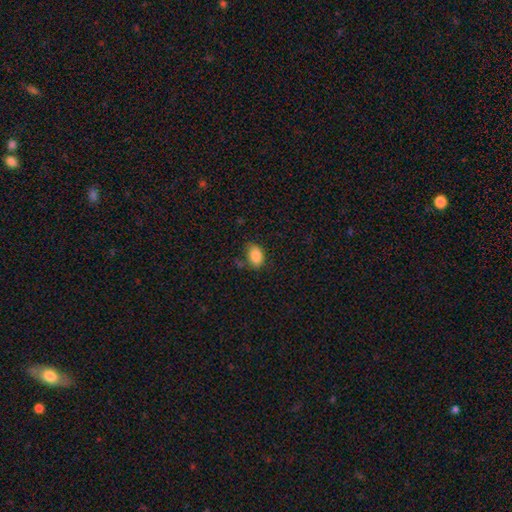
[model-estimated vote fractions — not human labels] Morphology: type=smooth (87%); roundness=in between (86%); merging=none (71%).